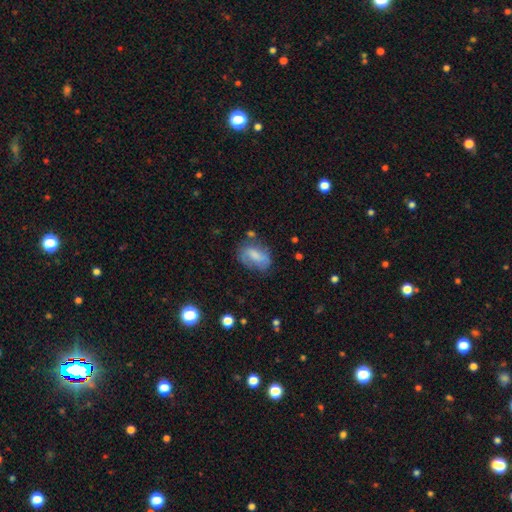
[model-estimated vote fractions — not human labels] Smooth or featured: smooth — 54% (featured or disk — 37%)
How rounded: in between — 80% (round — 16%)
Merging: none — 55% (minor disturbance — 27%)